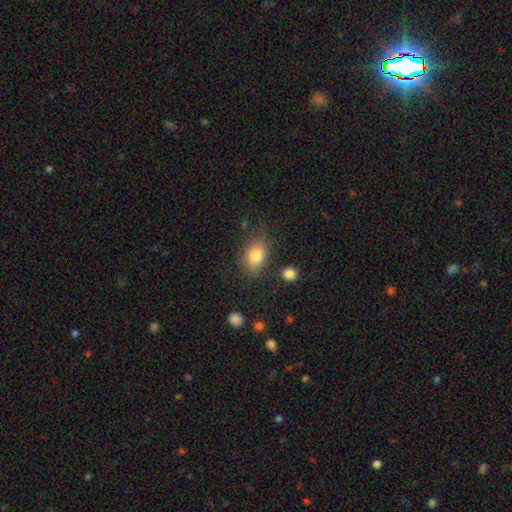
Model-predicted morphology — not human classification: Smooth or featured? smooth (81%)
How rounded? in between (78%)
Merging? none (74%)